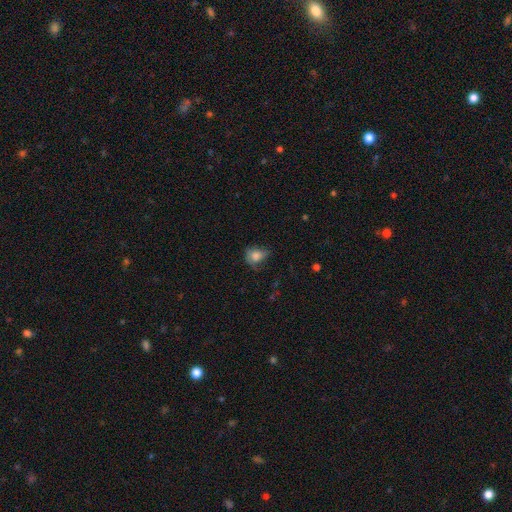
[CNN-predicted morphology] Smooth or featured? Predicted: smooth (p=0.73). How rounded? Predicted: round (p=0.51). Merging? Predicted: none (p=0.43).